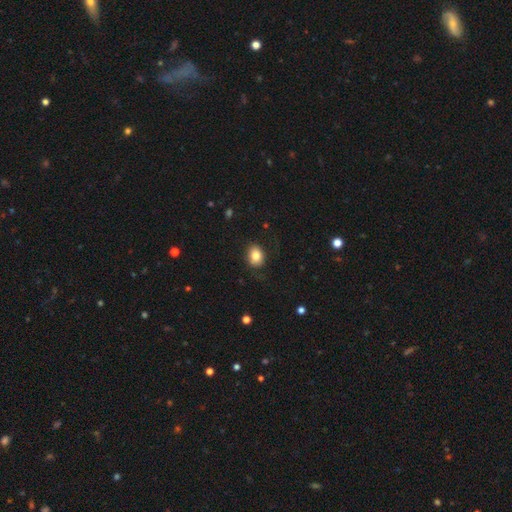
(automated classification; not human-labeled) This is clearly a smooth galaxy (83%). How rounded: possibly in between (60%). Merging: likely none (79%).